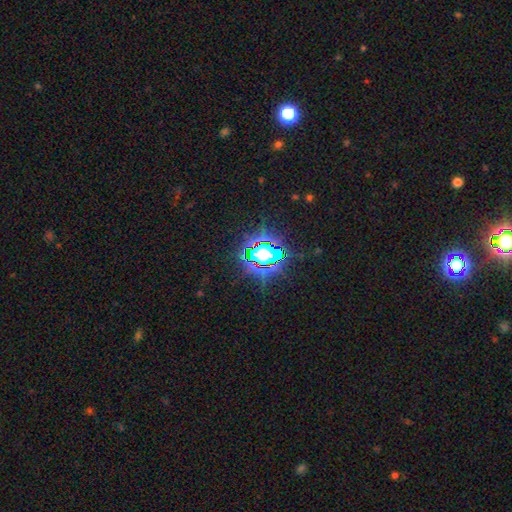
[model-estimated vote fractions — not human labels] Smooth or featured? Predicted: star or artifact (p=0.80).